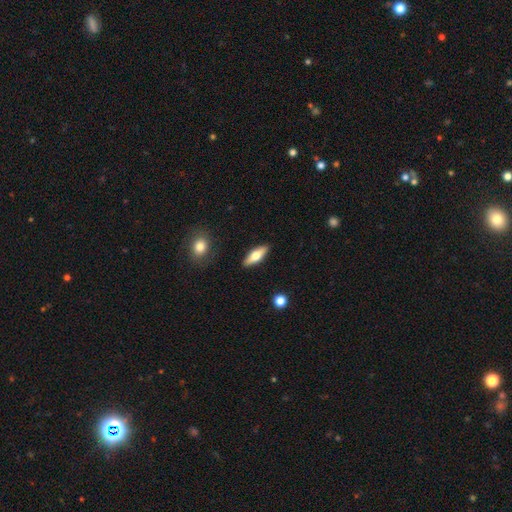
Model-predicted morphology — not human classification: Overall: smooth (50%; featured or disk 45%). Merging: none (89%).